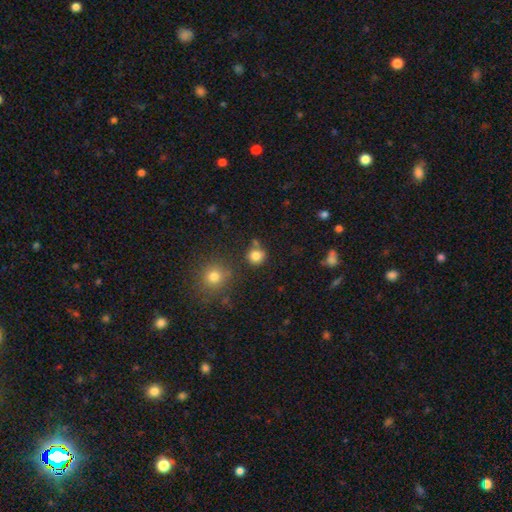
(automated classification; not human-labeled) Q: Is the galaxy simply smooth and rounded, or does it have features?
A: smooth — 82%.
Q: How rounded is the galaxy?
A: round — 89%.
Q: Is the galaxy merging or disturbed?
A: none — 73%.